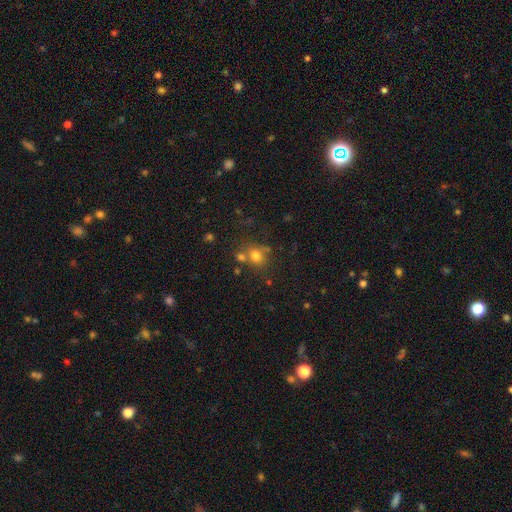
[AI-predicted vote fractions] Smooth or featured? Predicted: smooth (p=0.74). How rounded? Predicted: round (p=0.75). Merging? Predicted: none (p=0.58).